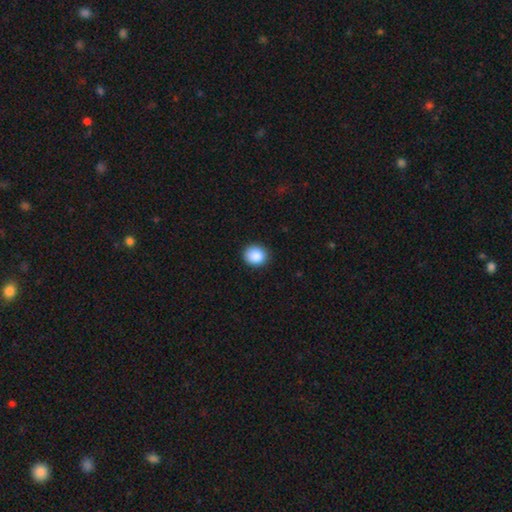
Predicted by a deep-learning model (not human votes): Smooth or featured? smooth (88%)
How rounded? round (83%)
Merging? none (90%)